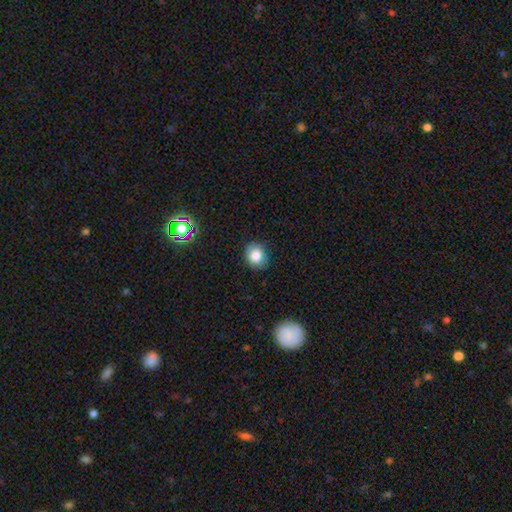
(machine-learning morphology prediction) Smooth or featured: smooth — 81% (star or artifact — 11%)
How rounded: round — 70% (in between — 29%)
Merging: none — 84% (minor disturbance — 12%)